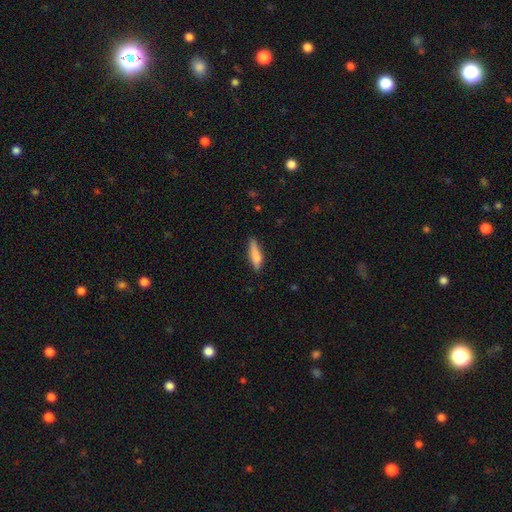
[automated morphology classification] smooth-or-featured: smooth: 79% | featured or disk: 15% | star or artifact: 6%
  how-rounded: cigar-shaped: 70% | in between: 28% | round: 2%
  merging: none: 74% | minor disturbance: 21% | major disturbance: 4% | merger: 2%